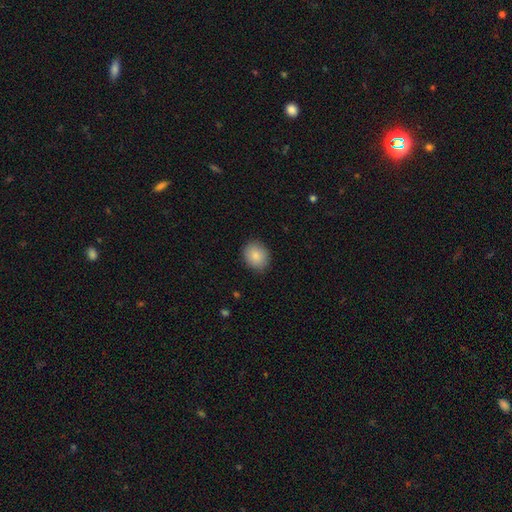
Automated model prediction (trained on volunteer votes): smooth_or_featured: smooth (p=0.86) [alt: star or artifact p=0.08]
how_rounded: round (p=0.58) [alt: in between p=0.41]
merging: none (p=0.87) [alt: minor disturbance p=0.09]